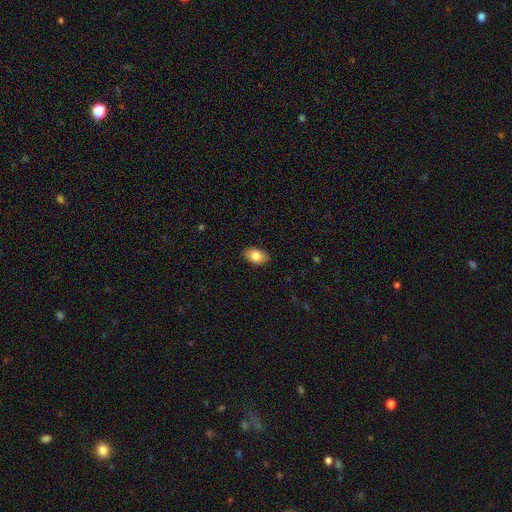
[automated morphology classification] A smooth galaxy with no disk features (82%) that is in between round and cigar-shaped (87%).

Vote fractions:
- Smooth or featured? smooth: 82% / featured or disk: 10% / star or artifact: 7%
- How rounded? in between: 87% / round: 12% / cigar-shaped: 1%
- Merging? none: 88% / minor disturbance: 9% / major disturbance: 2% / merger: 1%